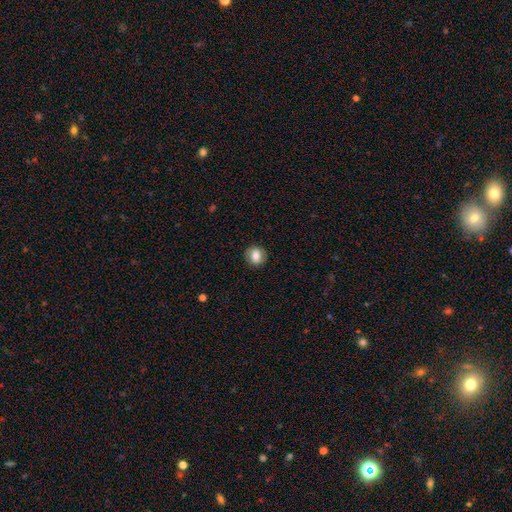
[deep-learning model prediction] Smooth or featured? Predicted: smooth (p=0.79). How rounded? Predicted: round (p=0.78). Merging? Predicted: none (p=0.88).